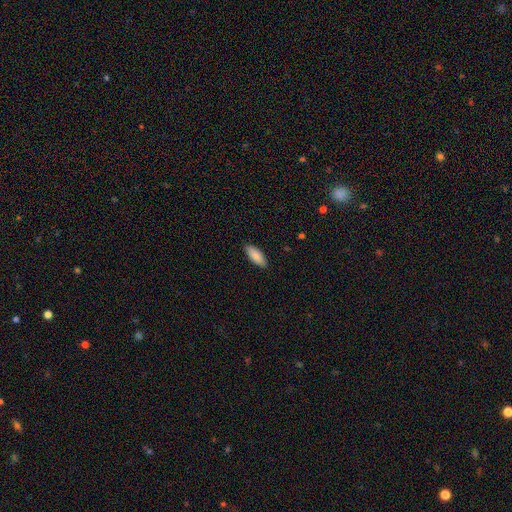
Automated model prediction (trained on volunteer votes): Morphology: type=smooth (87%); roundness=in between (76%); merging=none (89%).